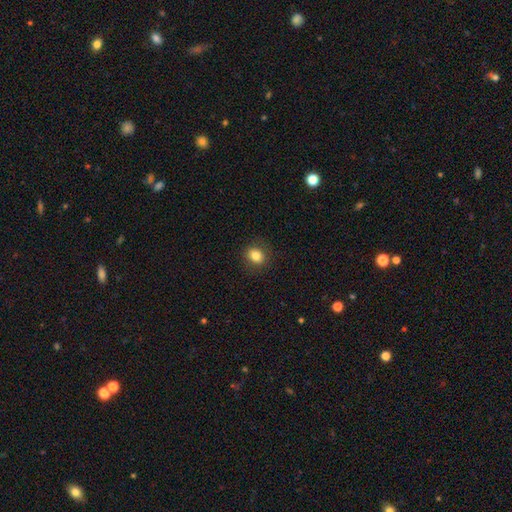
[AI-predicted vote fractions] smooth 82%, star or artifact 10%, featured or disk 7%. Down the decision tree: how rounded — round (65%); merging — none (88%).